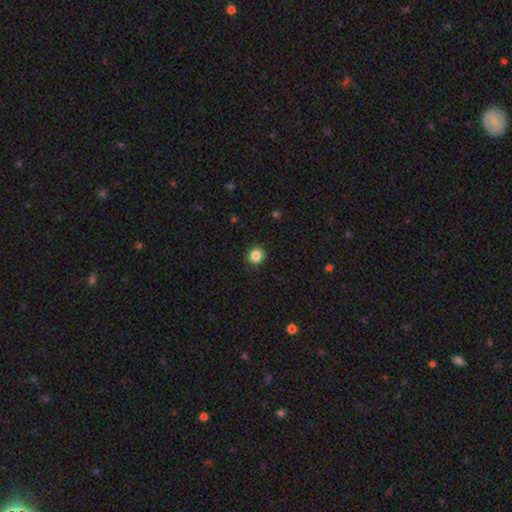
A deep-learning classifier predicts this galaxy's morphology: A smooth galaxy with no disk features (85%) that is round (89%).

Vote fractions:
- Smooth or featured? smooth: 85% / star or artifact: 11% / featured or disk: 4%
- How rounded? round: 89% / in between: 10% / cigar-shaped: 1%
- Merging? none: 92% / minor disturbance: 5% / major disturbance: 2% / merger: 1%